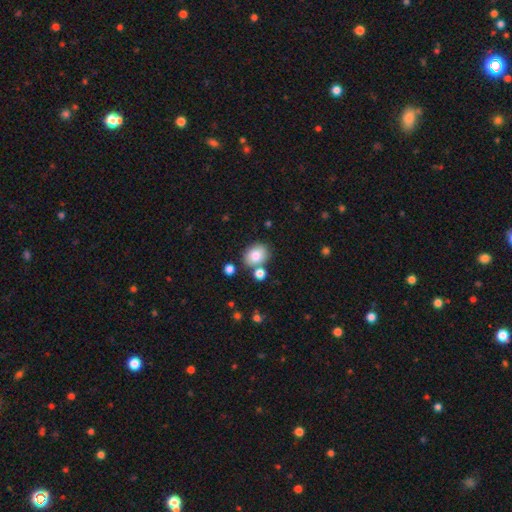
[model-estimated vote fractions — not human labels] Smooth or featured?
  - smooth: 79% *
  - featured or disk: 11%
  - star or artifact: 10%
How rounded?
  - in between: 54% *
  - round: 45%
  - cigar-shaped: 1%
Merging?
  - none: 67% *
  - merger: 17%
  - minor disturbance: 13%
  - major disturbance: 4%